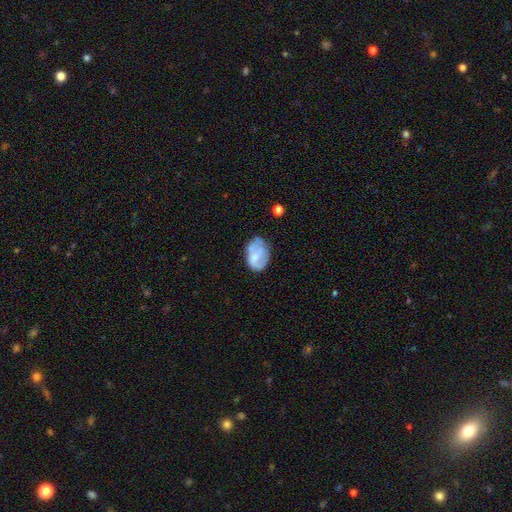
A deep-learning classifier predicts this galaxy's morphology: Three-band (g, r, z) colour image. It shows a featured or disk galaxy (50%). Merging: none (50%).